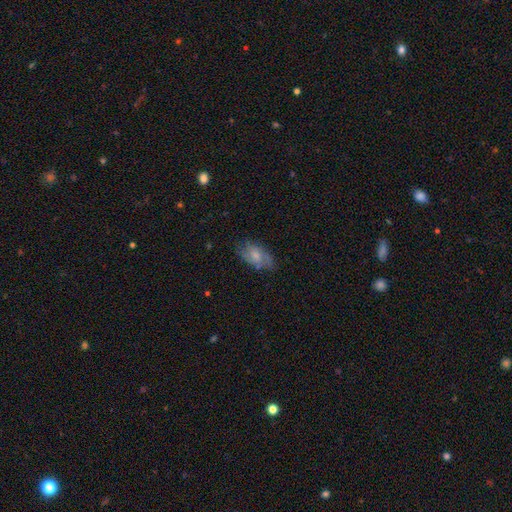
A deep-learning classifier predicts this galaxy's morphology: Smooth or featured?
  - smooth: 56% *
  - featured or disk: 37%
  - star or artifact: 7%
How rounded?
  - in between: 91% *
  - round: 5%
  - cigar-shaped: 4%
Merging?
  - none: 65% *
  - minor disturbance: 25%
  - major disturbance: 8%
  - merger: 2%